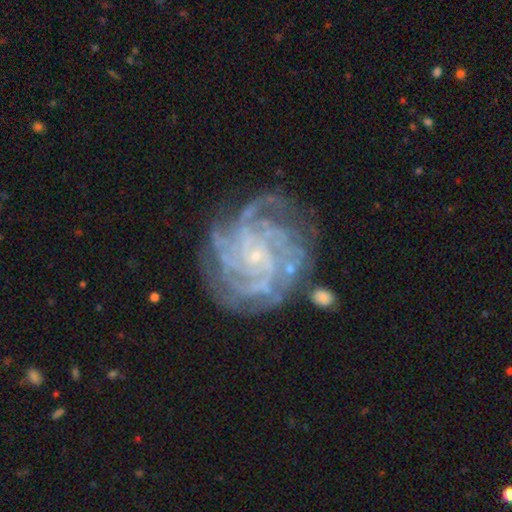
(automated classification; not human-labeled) Morphology: type=featured or disk (89%); edge-on=no (98%); bar=no (75%); spiral arms=yes (97%); winding=tight (73%); arm count=4 (31%); bulge=small (88%); merging=none (69%).